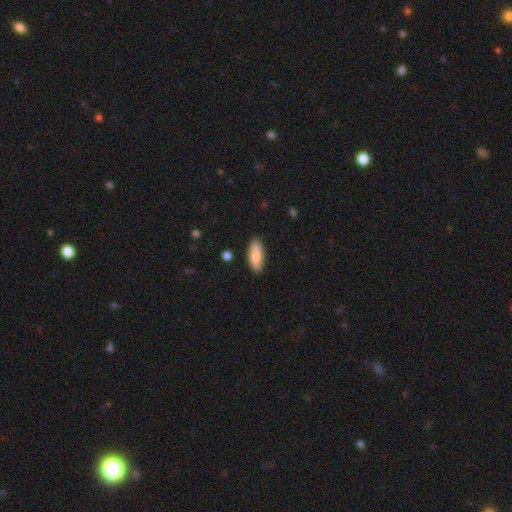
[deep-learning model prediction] smooth-or-featured: smooth: 79% | featured or disk: 15% | star or artifact: 6%
  how-rounded: in between: 69% | cigar-shaped: 29% | round: 2%
  merging: none: 86% | minor disturbance: 10% | major disturbance: 2% | merger: 2%